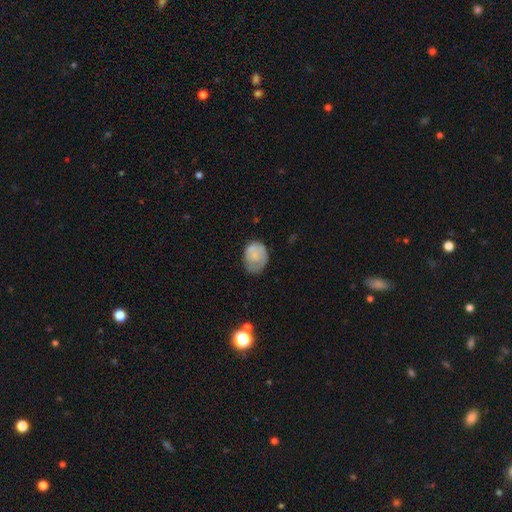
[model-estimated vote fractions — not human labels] This is likely a smooth galaxy (71%). How rounded: possibly in between (59%). Merging: possibly none (51%).